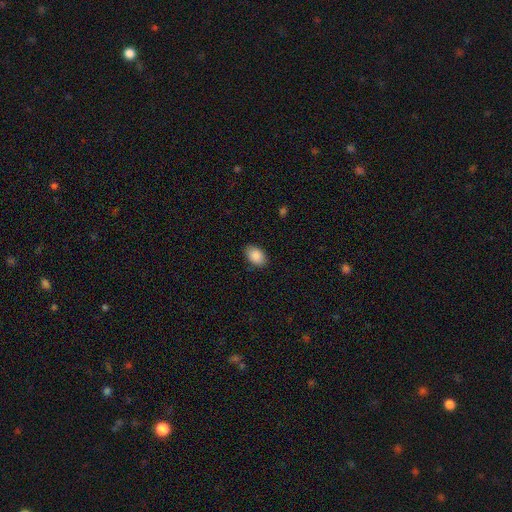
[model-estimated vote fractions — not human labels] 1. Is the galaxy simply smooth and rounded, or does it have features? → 89% smooth, 7% star or artifact, 4% featured or disk.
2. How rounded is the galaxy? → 88% in between, 11% round, 1% cigar-shaped.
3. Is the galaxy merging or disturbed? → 87% none, 9% minor disturbance, 2% major disturbance, 1% merger.